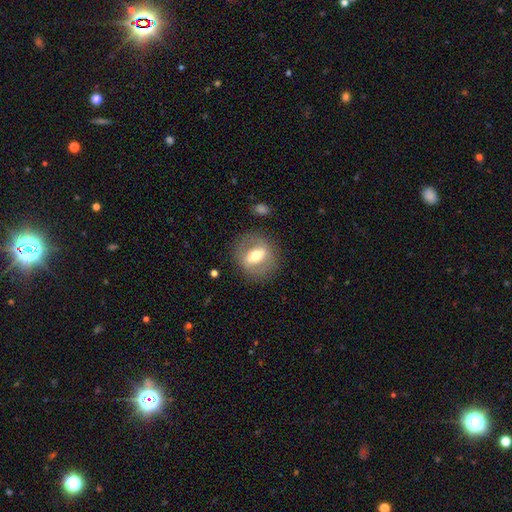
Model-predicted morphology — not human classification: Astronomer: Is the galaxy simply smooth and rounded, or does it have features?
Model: featured or disk — 53% (runner-up: smooth, 39%).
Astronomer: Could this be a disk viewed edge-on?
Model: no — 85%.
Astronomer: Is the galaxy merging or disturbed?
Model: none — 81%.